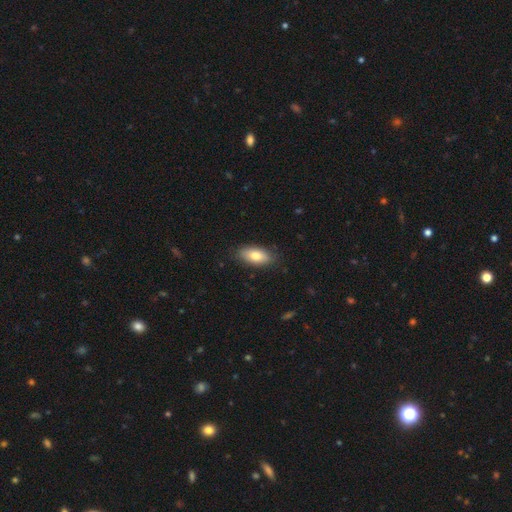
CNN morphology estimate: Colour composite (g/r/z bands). It shows a smooth galaxy with no disk features (78%) that is in between round and cigar-shaped (88%). Merging: none (85%).